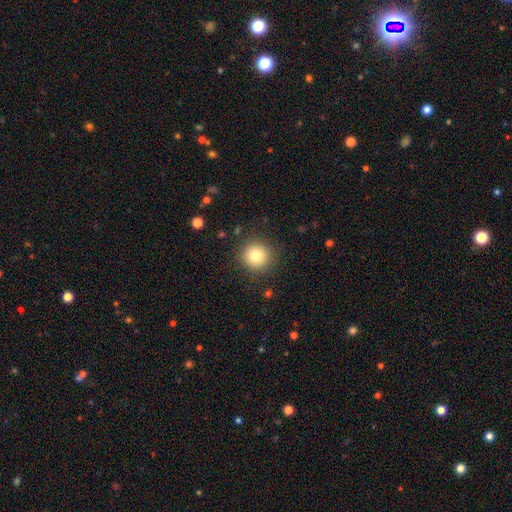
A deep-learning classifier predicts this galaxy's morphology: type=smooth (82%); roundness=round (94%); merging=none (89%).